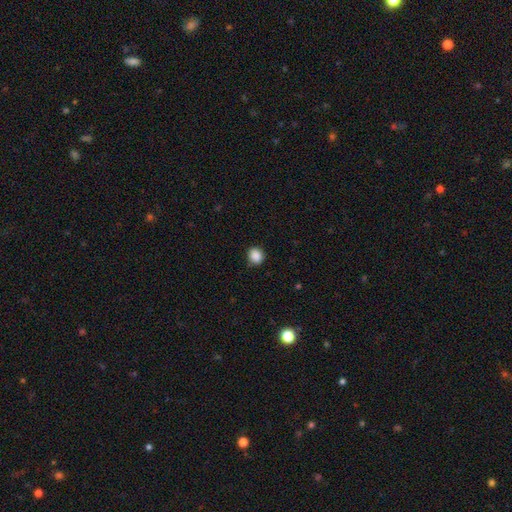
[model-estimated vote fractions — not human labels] Morphology: type=smooth (88%); roundness=round (81%); merging=none (84%).